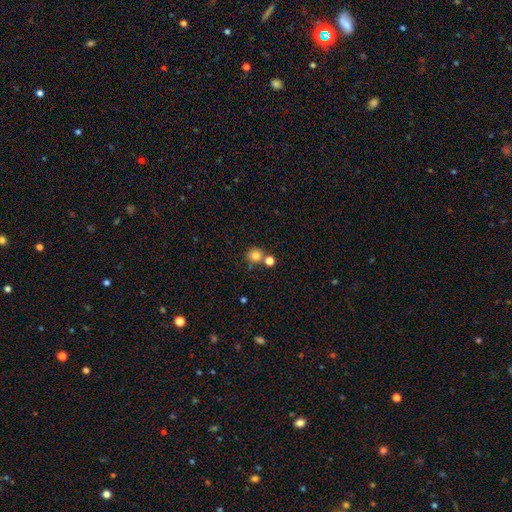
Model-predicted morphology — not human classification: A smooth galaxy with no disk features (81%) that is round (90%). Merging: none (66%).